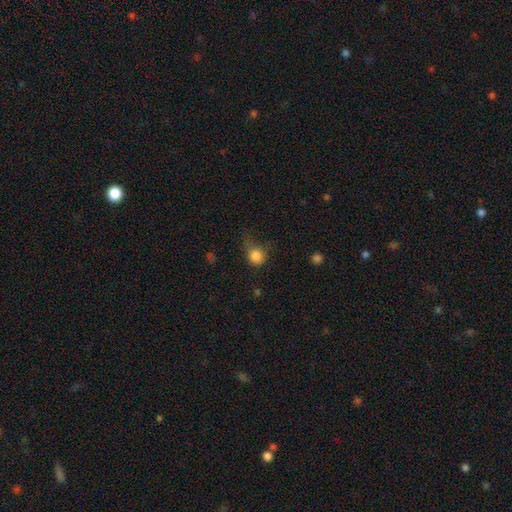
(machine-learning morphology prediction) A smooth galaxy with no disk features (83%) that is round (83%).

Vote fractions:
- Smooth or featured? smooth: 83% / star or artifact: 11% / featured or disk: 6%
- How rounded? round: 83% / in between: 16% / cigar-shaped: 1%
- Merging? none: 44% / minor disturbance: 34% / major disturbance: 20% / merger: 3%